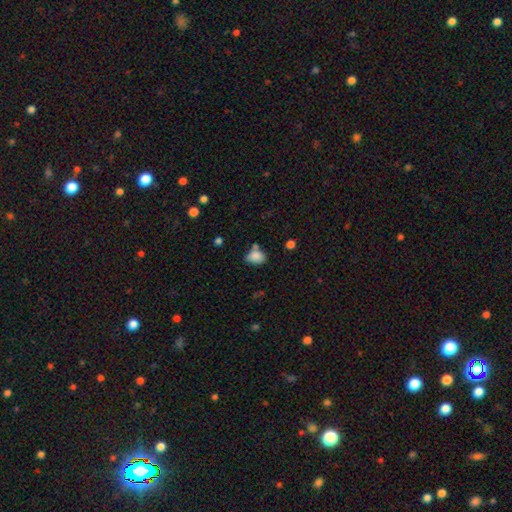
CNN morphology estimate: Smooth or featured? smooth (84%)
How rounded? in between (68%)
Merging? none (53%)